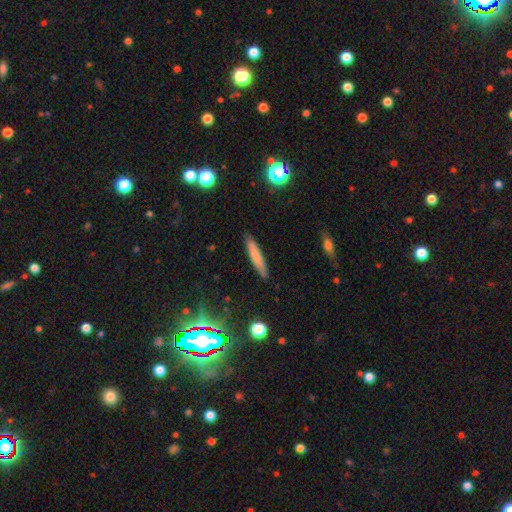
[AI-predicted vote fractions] Overall: smooth (74%). How rounded: cigar-shaped (91%). Merging: none (89%).